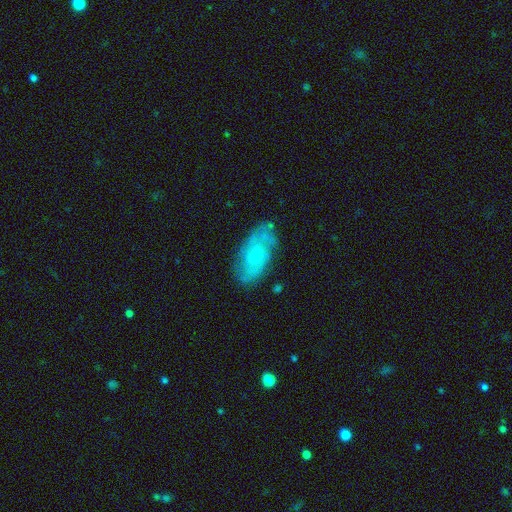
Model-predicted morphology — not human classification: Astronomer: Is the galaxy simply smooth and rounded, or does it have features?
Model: featured or disk — 63%.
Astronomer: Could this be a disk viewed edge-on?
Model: no — 95%.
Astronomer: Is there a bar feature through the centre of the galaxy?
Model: no — 69%.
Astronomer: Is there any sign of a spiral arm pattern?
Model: yes — 86%.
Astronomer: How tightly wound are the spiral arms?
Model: medium — 42%, tied with tight at 42%.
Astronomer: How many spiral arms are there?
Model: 2 — 50% (runner-up: can't tell, 31%).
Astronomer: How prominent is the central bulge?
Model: small — 69%.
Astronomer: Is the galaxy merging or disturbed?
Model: none — 71%.